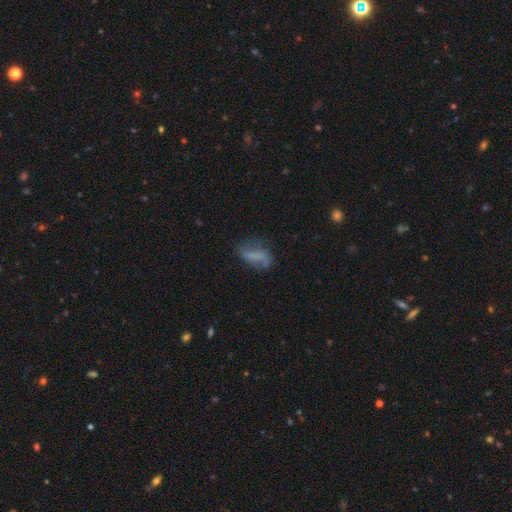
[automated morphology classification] smooth_or_featured: smooth (p=0.45) [alt: featured or disk p=0.44]
merging: none (p=0.56) [alt: minor disturbance p=0.25]